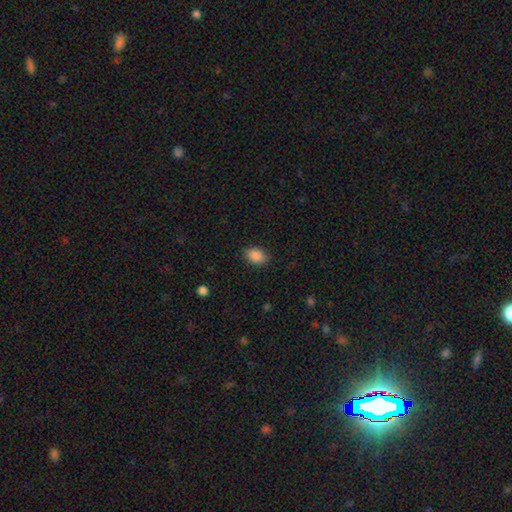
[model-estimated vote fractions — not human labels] Q: Smooth or featured?
A: smooth (88%); runner-up: star or artifact (8%)
Q: How rounded?
A: in between (81%); runner-up: round (18%)
Q: Merging?
A: none (86%); runner-up: minor disturbance (10%)